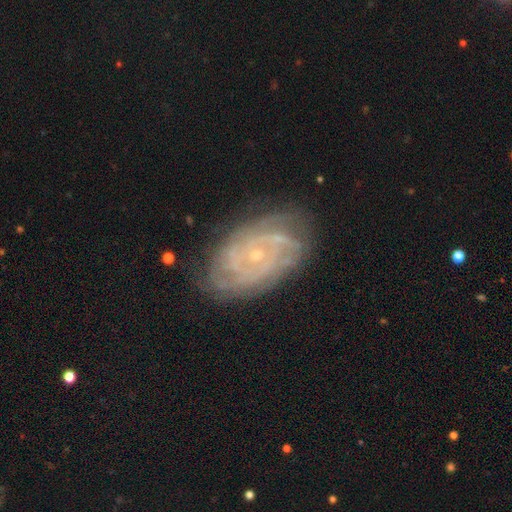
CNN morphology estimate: Smooth or featured?
  - featured or disk: 83% *
  - smooth: 9%
  - star or artifact: 8%
Edge-on disk?
  - no: 96% *
  - yes: 4%
Bar?
  - no: 75% *
  - weak: 20%
  - strong: 5%
Spiral arms?
  - yes: 96% *
  - no: 4%
Spiral winding?
  - tight: 74% *
  - medium: 21%
  - loose: 5%
Spiral arm count?
  - can't tell: 32% *
  - 2: 18%
  - 4: 16%
  - 3: 16%
  - more than 4: 10%
  - 1: 7%
Bulge size?
  - small: 83% *
  - moderate: 13%
  - none: 2%
  - large: 1%
  - dominant: 1%
Merging?
  - none: 80% *
  - minor disturbance: 15%
  - major disturbance: 4%
  - merger: 1%